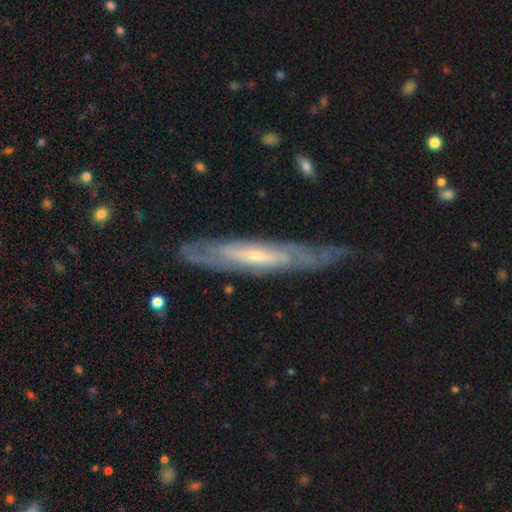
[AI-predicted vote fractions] Q: Smooth or featured?
A: featured or disk (75%); runner-up: smooth (19%)
Q: Edge-on disk?
A: yes (58%); runner-up: no (42%)
Q: Merging?
A: none (74%); runner-up: minor disturbance (19%)